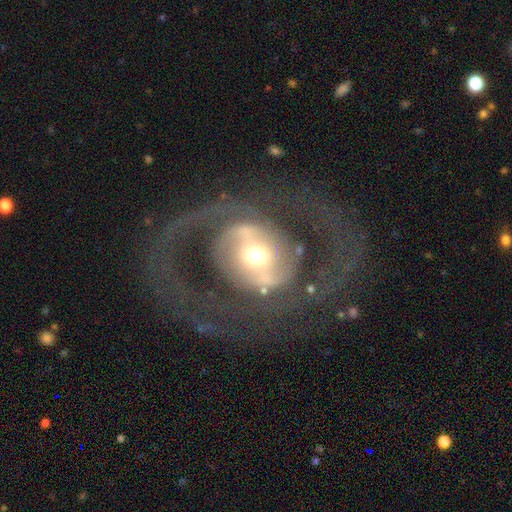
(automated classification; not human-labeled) Smooth or featured? featured or disk (86%)
Edge-on disk? no (97%)
Bar? no (35%)
Spiral arms? yes (90%)
Spiral winding? medium (47%)
Spiral arm count? 2 (82%)
Bulge size? moderate (66%)
Merging? none (65%)